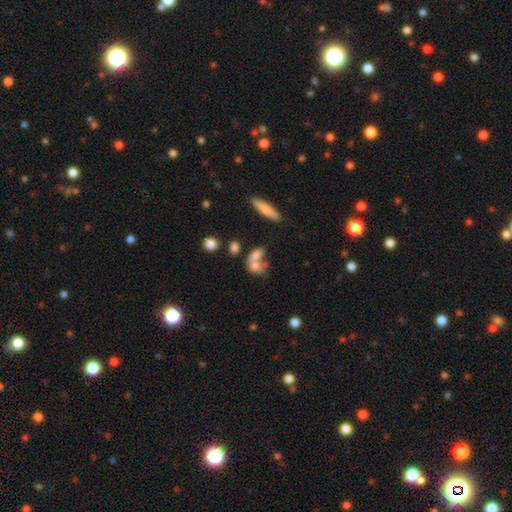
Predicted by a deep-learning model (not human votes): Smooth or featured? smooth (67%)
How rounded? in between (66%)
Merging? merger (51%)